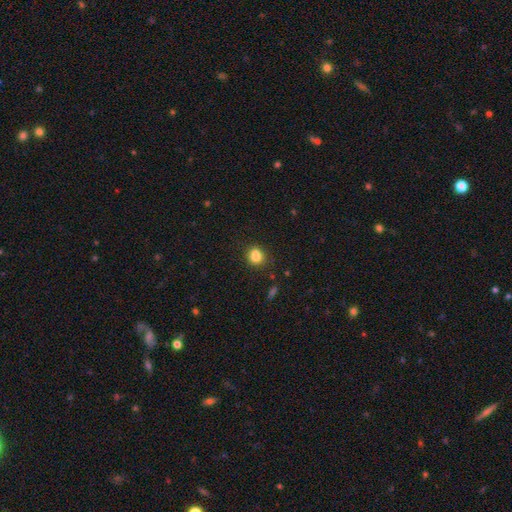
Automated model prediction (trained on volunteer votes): Smooth or featured? smooth (83%)
How rounded? round (59%)
Merging? none (72%)